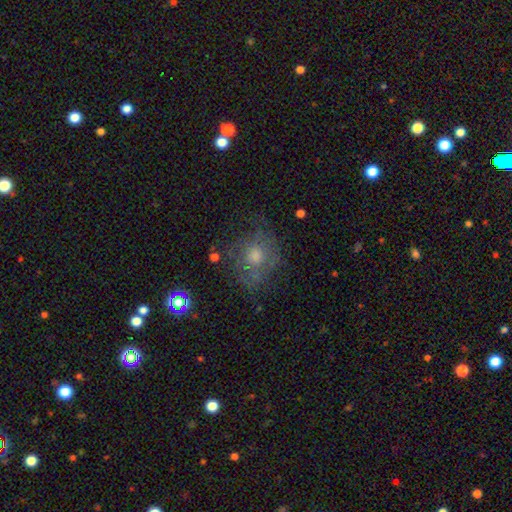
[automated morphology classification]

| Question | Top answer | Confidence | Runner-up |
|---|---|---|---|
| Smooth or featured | smooth | 45% | featured or disk (42%) |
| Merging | none | 58% | minor disturbance (21%) |